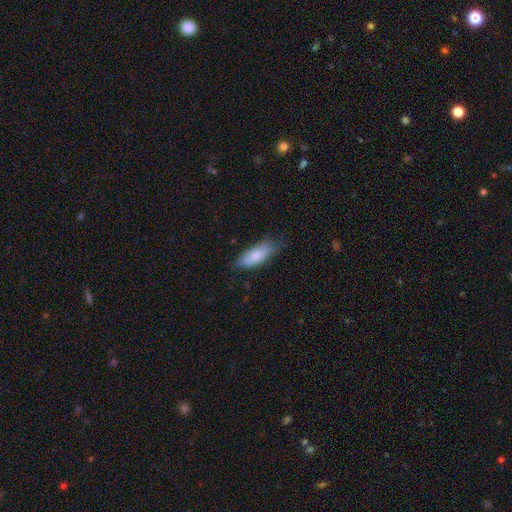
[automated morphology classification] The model was most divided on "merging": none: 65%, minor disturbance: 28%, major disturbance: 6%, merger: 1%. More confident: smooth or featured — smooth (82%); how rounded — in between (78%).